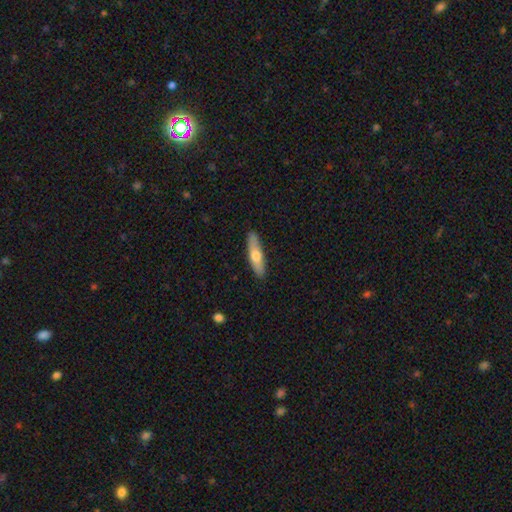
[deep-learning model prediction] Smooth or featured?
  - smooth: 60% *
  - featured or disk: 35%
  - star or artifact: 5%
How rounded?
  - cigar-shaped: 72% *
  - in between: 26%
  - round: 2%
Merging?
  - none: 88% *
  - minor disturbance: 9%
  - major disturbance: 2%
  - merger: 1%